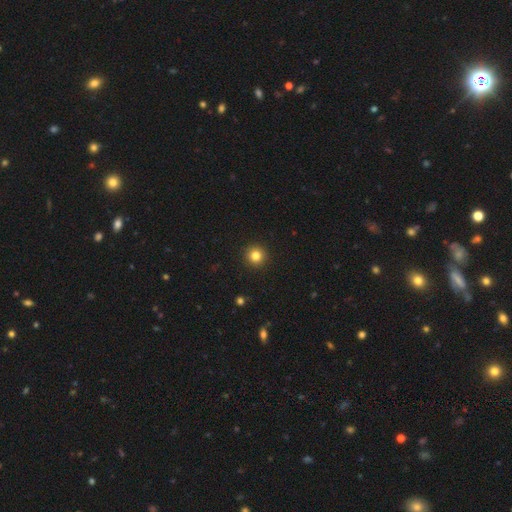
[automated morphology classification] A smooth galaxy with no disk features (82%) that is round (96%). Merging: none (94%).